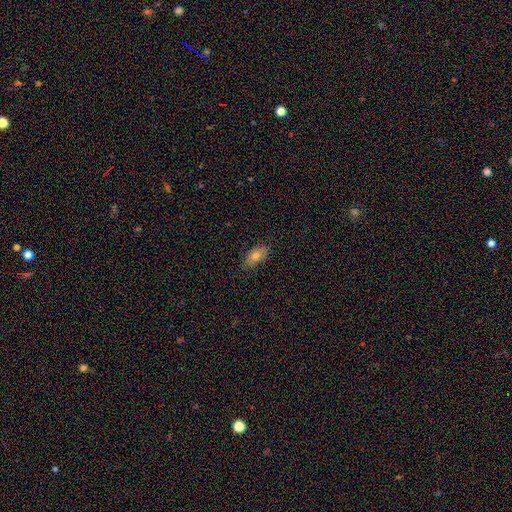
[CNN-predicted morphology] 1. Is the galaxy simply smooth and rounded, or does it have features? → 72% smooth, 18% featured or disk, 10% star or artifact.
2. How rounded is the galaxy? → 88% in between, 6% round, 6% cigar-shaped.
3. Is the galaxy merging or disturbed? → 79% none, 17% minor disturbance, 3% major disturbance, 1% merger.